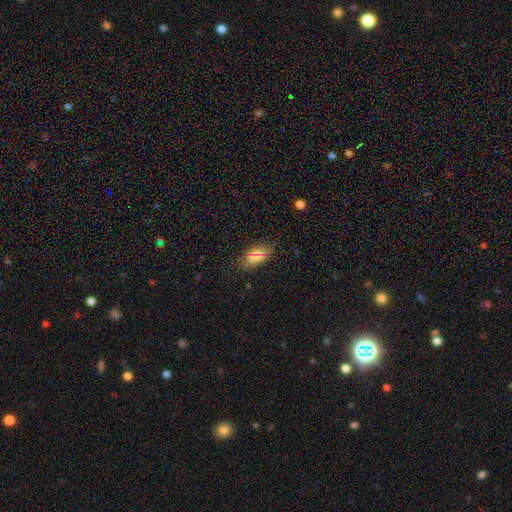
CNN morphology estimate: Smooth or featured?
  - smooth: 71% *
  - featured or disk: 15%
  - star or artifact: 14%
How rounded?
  - in between: 88% *
  - cigar-shaped: 7%
  - round: 4%
Merging?
  - none: 72% *
  - minor disturbance: 21%
  - major disturbance: 5%
  - merger: 2%